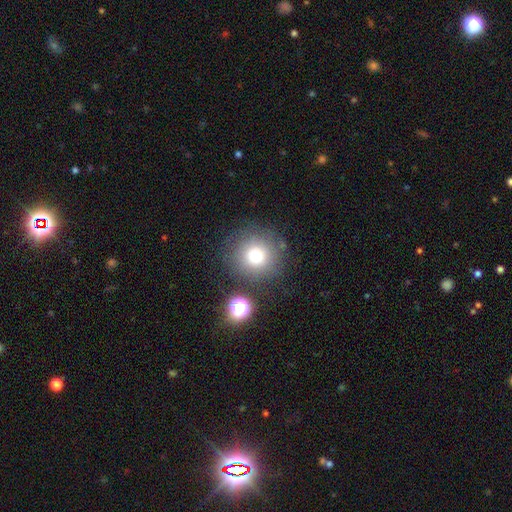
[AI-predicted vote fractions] A smooth galaxy with no disk features (76%) that is round (94%).

Vote fractions:
- Smooth or featured? smooth: 76% / star or artifact: 13% / featured or disk: 11%
- How rounded? round: 94% / in between: 5% / cigar-shaped: 1%
- Merging? none: 80% / minor disturbance: 10% / merger: 6% / major disturbance: 5%